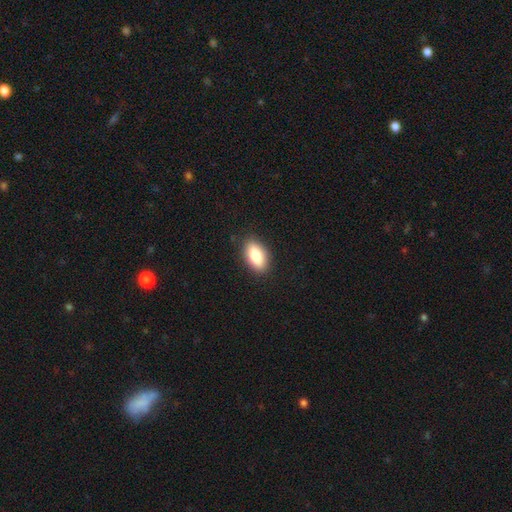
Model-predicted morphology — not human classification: Smooth or featured?
  - smooth: 86% *
  - featured or disk: 8%
  - star or artifact: 7%
How rounded?
  - in between: 90% *
  - cigar-shaped: 6%
  - round: 4%
Merging?
  - none: 88% *
  - minor disturbance: 9%
  - major disturbance: 2%
  - merger: 1%